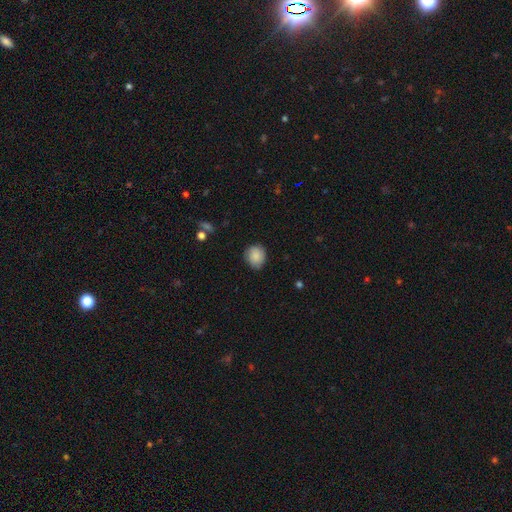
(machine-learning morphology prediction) smooth-or-featured: smooth: 85% | star or artifact: 7% | featured or disk: 7%
  how-rounded: round: 75% | in between: 24% | cigar-shaped: 1%
  merging: none: 80% | minor disturbance: 17% | major disturbance: 3% | merger: 1%